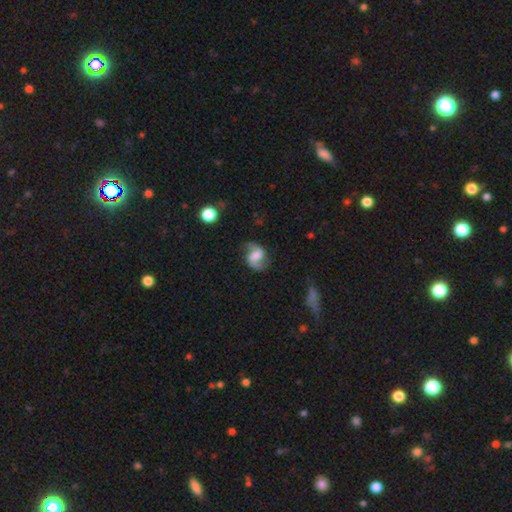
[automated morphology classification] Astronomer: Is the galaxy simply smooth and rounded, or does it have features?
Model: featured or disk — 73%.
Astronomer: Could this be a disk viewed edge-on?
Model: no — 98%.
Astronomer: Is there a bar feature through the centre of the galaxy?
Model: weak — 47% (runner-up: no, 30%).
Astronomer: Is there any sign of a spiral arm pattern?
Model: yes — 94%.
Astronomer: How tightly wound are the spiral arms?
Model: loose — 56% (runner-up: medium, 36%).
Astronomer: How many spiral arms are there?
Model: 2 — 91%.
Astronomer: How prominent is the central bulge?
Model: moderate — 30% (runner-up: none, 27%).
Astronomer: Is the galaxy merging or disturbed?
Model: none — 71%.